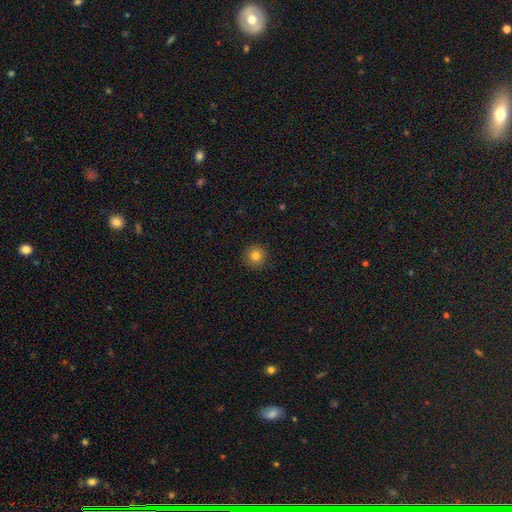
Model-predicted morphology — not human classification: This is clearly a smooth galaxy (83%). How rounded: clearly round (94%). Merging: clearly none (91%).